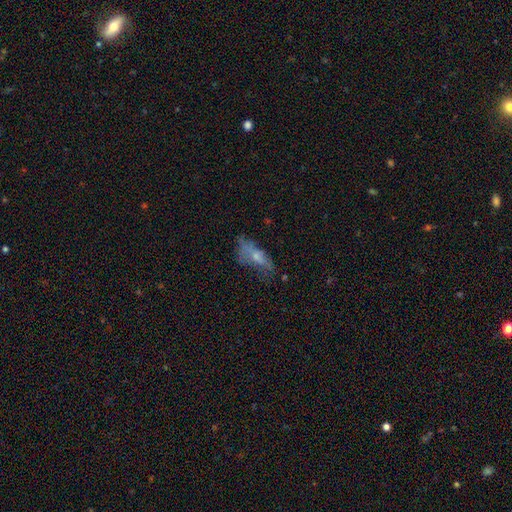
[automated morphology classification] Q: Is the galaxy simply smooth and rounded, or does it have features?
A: smooth — 50%.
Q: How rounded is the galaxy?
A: in between — 77%.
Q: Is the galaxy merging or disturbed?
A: major disturbance — 37%.